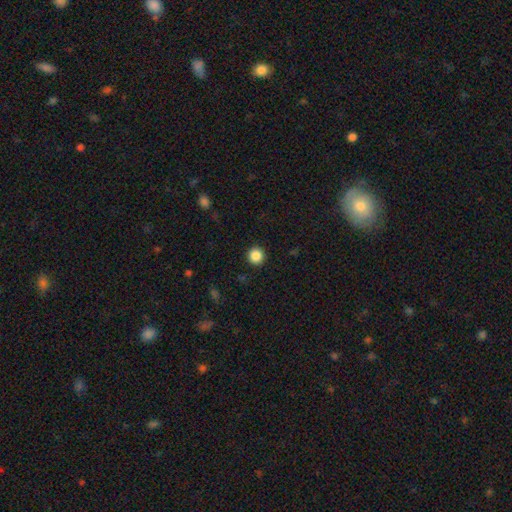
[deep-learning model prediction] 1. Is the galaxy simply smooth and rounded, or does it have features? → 87% smooth, 10% star or artifact, 3% featured or disk.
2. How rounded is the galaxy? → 95% round, 4% in between, 1% cigar-shaped.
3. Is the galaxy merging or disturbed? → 93% none, 5% minor disturbance, 2% major disturbance, 1% merger.